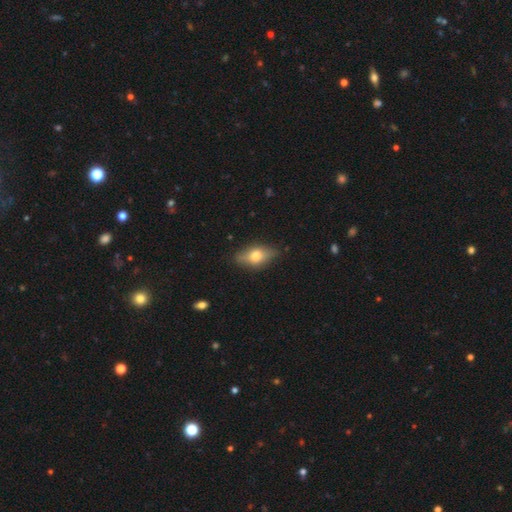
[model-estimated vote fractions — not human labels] This is likely a smooth galaxy (60%). How rounded: clearly in between (81%). Merging: likely none (80%).